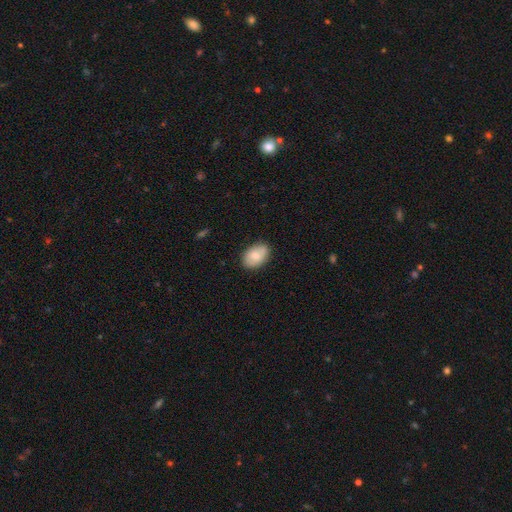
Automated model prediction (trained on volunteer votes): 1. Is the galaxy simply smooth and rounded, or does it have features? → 76% smooth, 18% featured or disk, 7% star or artifact.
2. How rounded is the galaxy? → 86% in between, 13% round, 1% cigar-shaped.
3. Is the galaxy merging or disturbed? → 82% none, 14% minor disturbance, 2% major disturbance, 2% merger.